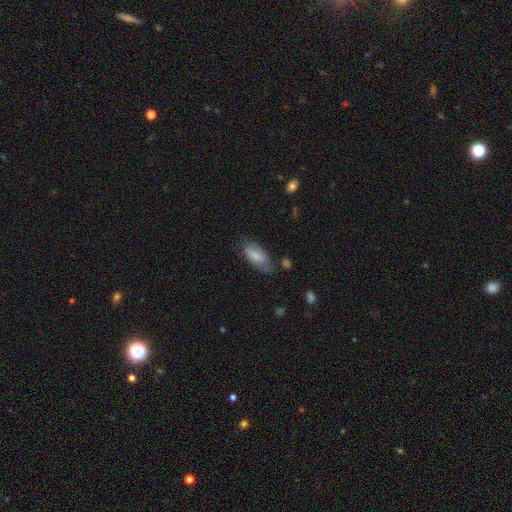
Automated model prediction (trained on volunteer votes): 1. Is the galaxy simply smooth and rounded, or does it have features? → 65% smooth, 28% featured or disk, 7% star or artifact.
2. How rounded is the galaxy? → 88% in between, 9% cigar-shaped, 3% round.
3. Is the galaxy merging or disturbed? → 56% none, 29% minor disturbance, 11% major disturbance, 4% merger.